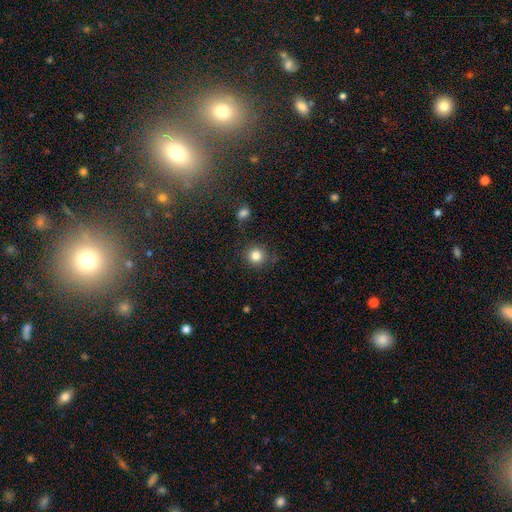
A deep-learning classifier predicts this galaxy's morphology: Smooth or featured? smooth (83%)
How rounded? round (92%)
Merging? none (83%)